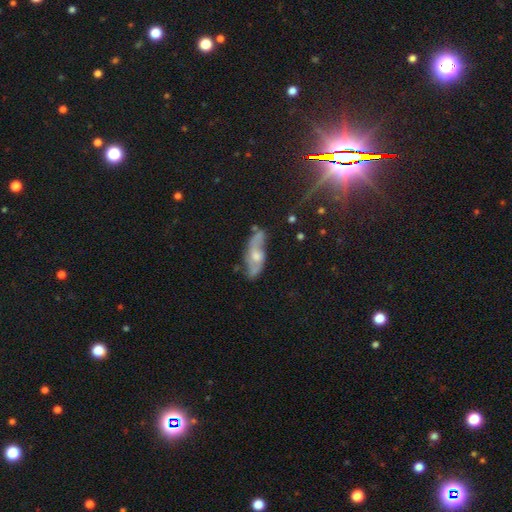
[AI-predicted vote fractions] smooth-or-featured: featured or disk: 64% | smooth: 24% | star or artifact: 11%
  disk-edge-on: no: 80% | yes: 20%
    bar: no: 65% | weak: 29% | strong: 6%
    has-spiral-arms: yes: 81% | no: 19%
    bulge-size: moderate: 58% | small: 27% | large: 8% | none: 5% | dominant: 1%
  merging: none: 69% | minor disturbance: 21% | major disturbance: 7% | merger: 3%